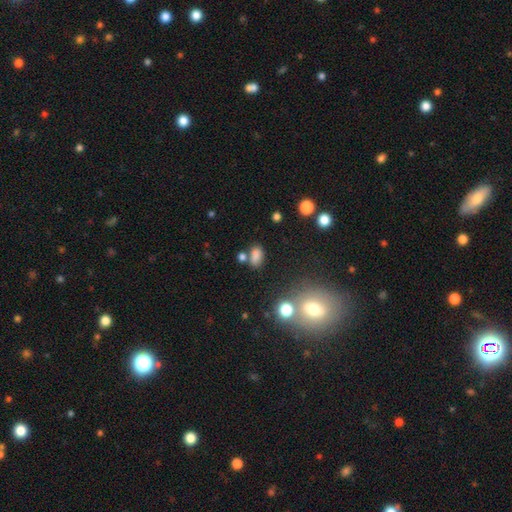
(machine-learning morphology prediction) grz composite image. It shows a smooth galaxy with no disk features (78%) that is in between round and cigar-shaped (85%). Merging: none (62%).